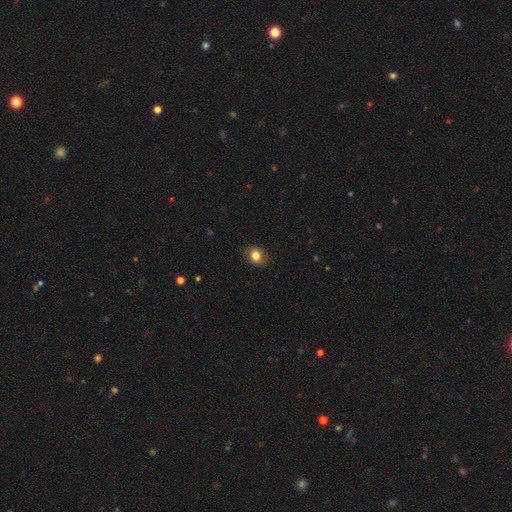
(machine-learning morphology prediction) A smooth galaxy with no disk features (83%) that is round (59%).

Vote fractions:
- Smooth or featured? smooth: 83% / star or artifact: 10% / featured or disk: 7%
- How rounded? round: 59% / in between: 40% / cigar-shaped: 1%
- Merging? none: 86% / minor disturbance: 10% / major disturbance: 2% / merger: 1%